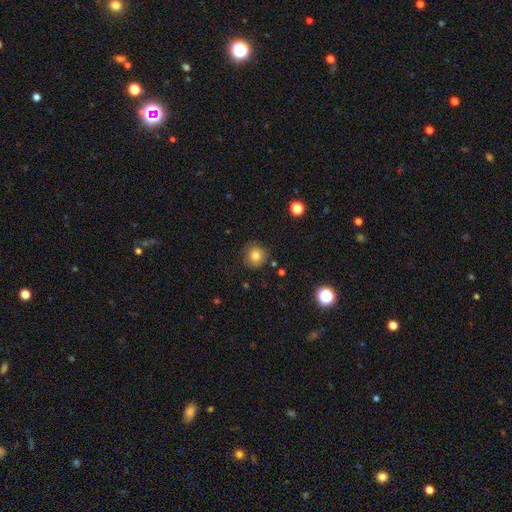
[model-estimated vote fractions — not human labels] smooth-or-featured: smooth: 80% | star or artifact: 12% | featured or disk: 8%
  how-rounded: round: 92% | in between: 7% | cigar-shaped: 1%
  merging: none: 85% | minor disturbance: 11% | major disturbance: 3% | merger: 2%